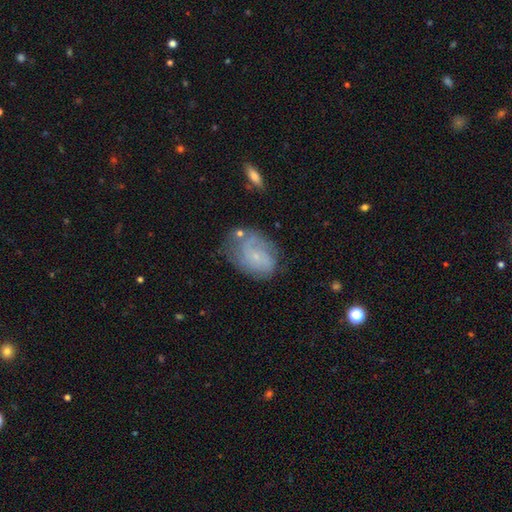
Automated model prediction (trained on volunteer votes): This is likely a featured or disk galaxy (63%). It is clearly not viewed edge-on (97%). Bar: likely no (74%). Spiral arm pattern: clearly yes (83%). Spiral arm count: marginally can't tell (40%). Spiral winding: possibly tight (45%). Central bulge: clearly small (81%). Merging: possibly none (53%).